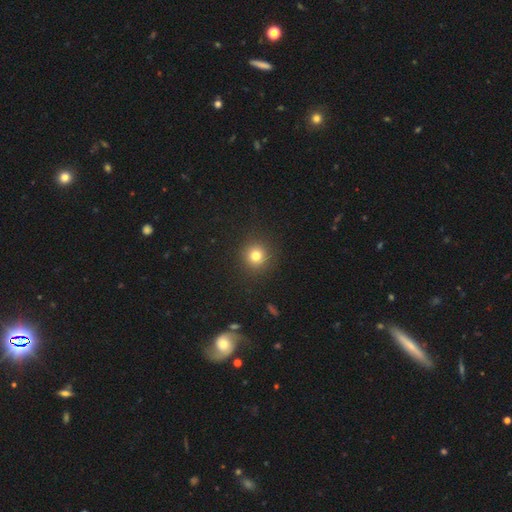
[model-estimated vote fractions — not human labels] Smooth or featured: smooth — 78% (star or artifact — 14%)
How rounded: round — 93% (in between — 6%)
Merging: none — 90% (minor disturbance — 6%)